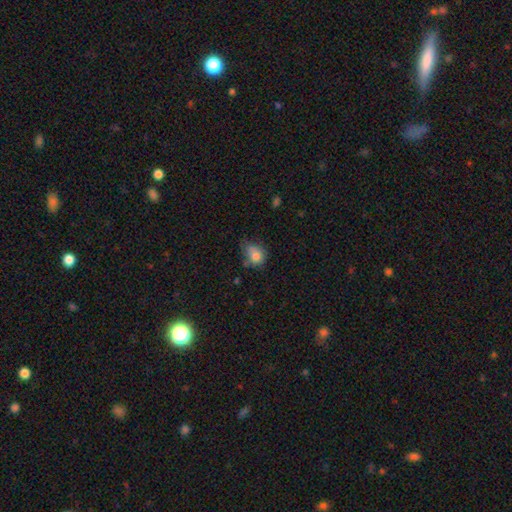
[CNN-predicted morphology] Smooth or featured: smooth — 79% (featured or disk — 11%)
How rounded: in between — 49% (tied with round — 49%)
Merging: none — 42% (minor disturbance — 36%)